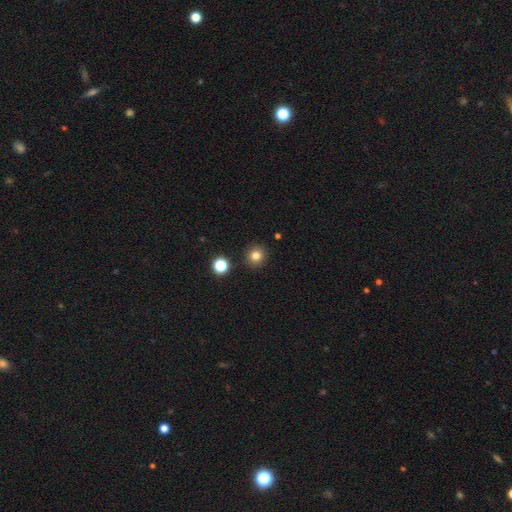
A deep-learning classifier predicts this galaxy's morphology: Smooth or featured: smooth — 80% (star or artifact — 14%)
How rounded: round — 93% (in between — 6%)
Merging: none — 91% (minor disturbance — 5%)